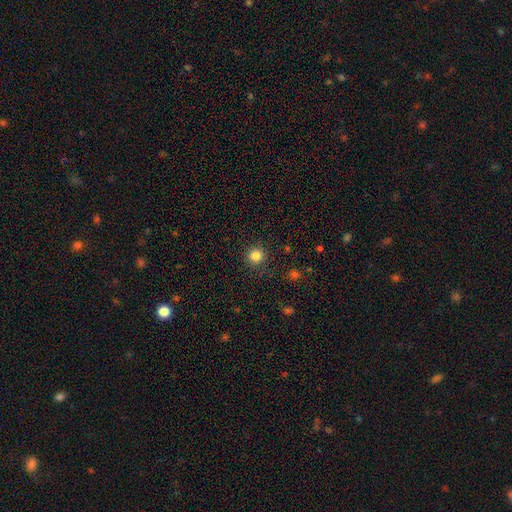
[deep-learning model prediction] smooth-or-featured: smooth: 83% | star or artifact: 12% | featured or disk: 4%
  how-rounded: round: 95% | in between: 4% | cigar-shaped: 1%
  merging: none: 91% | minor disturbance: 6% | major disturbance: 2% | merger: 1%